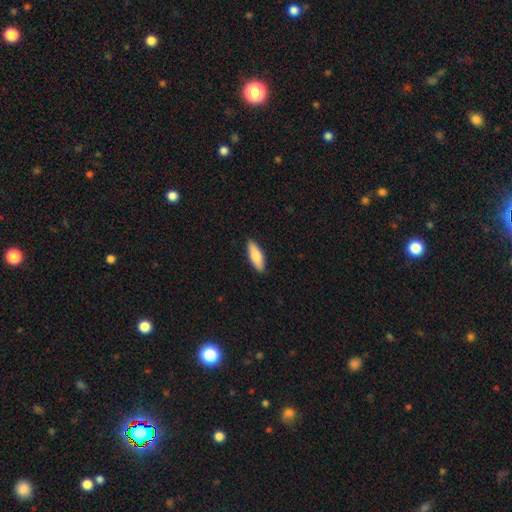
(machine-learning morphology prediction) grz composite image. It shows a smooth galaxy with no disk features (74%) that is in between round and cigar-shaped (56%). Merging: none (90%).